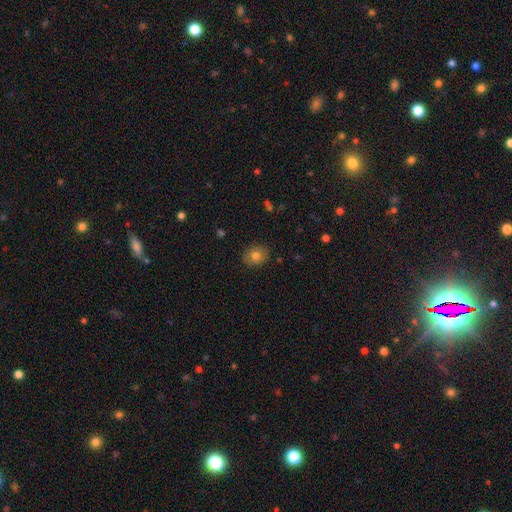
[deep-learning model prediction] Smooth or featured? smooth (79%)
How rounded? round (58%)
Merging? none (88%)